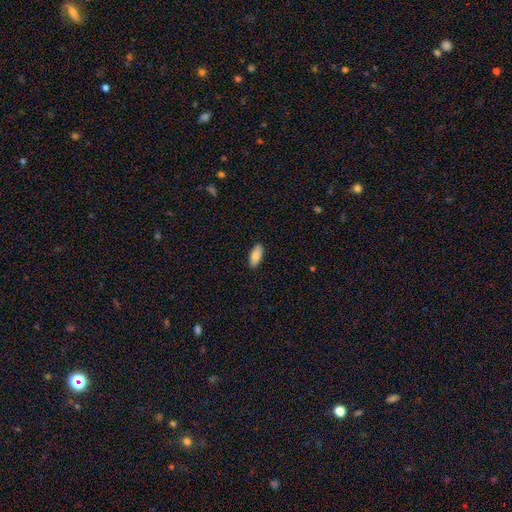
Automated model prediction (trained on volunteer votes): Overall: smooth (84%). How rounded: in between (87%). Merging: none (89%).